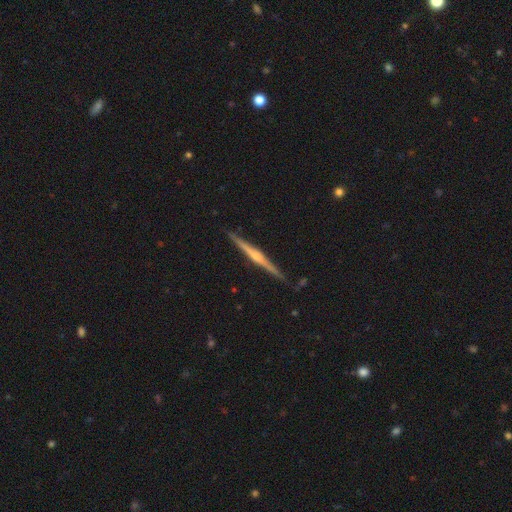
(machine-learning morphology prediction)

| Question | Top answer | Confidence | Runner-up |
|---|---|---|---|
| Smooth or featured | featured or disk | 82% | smooth (13%) |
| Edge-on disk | yes | 99% | no (1%) |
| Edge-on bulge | rounded | 79% | none (14%) |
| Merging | none | 91% | minor disturbance (7%) |